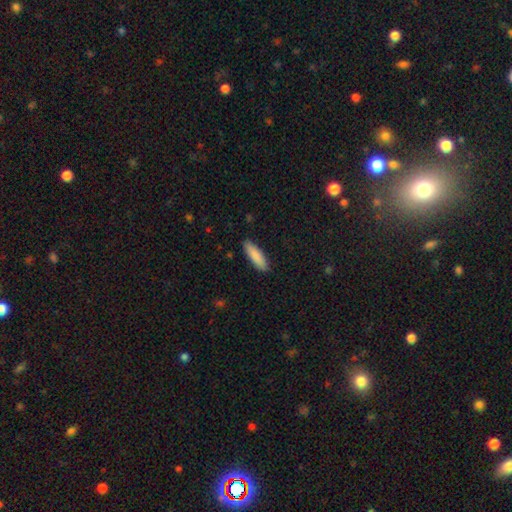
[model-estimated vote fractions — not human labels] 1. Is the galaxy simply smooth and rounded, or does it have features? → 88% smooth, 7% featured or disk, 5% star or artifact.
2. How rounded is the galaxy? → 59% cigar-shaped, 40% in between, 1% round.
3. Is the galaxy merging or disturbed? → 88% none, 9% minor disturbance, 2% major disturbance, 1% merger.